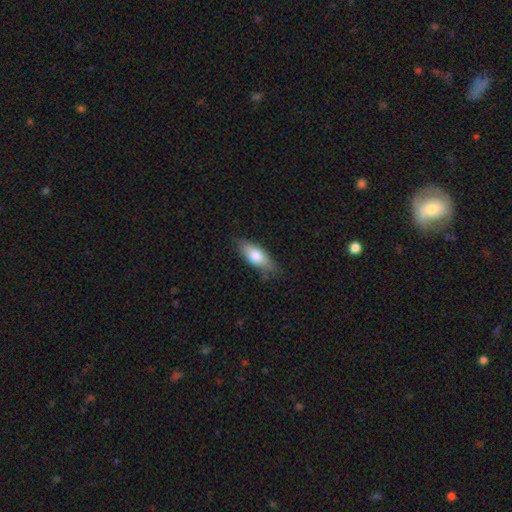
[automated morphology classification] smooth 75%, featured or disk 19%, star or artifact 6%. Down the decision tree: how rounded — in between (77%); merging — none (77%).